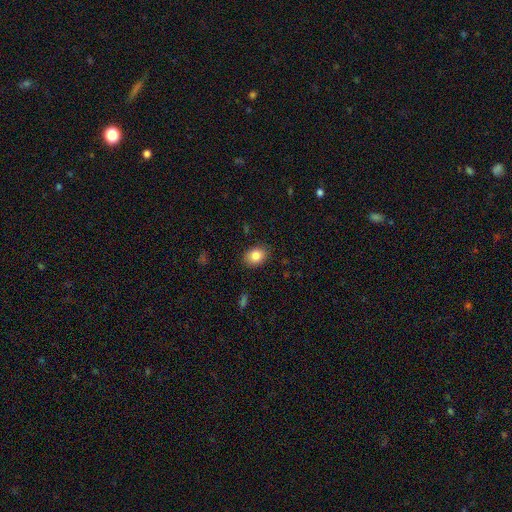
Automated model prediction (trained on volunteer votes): A smooth galaxy with no disk features (85%) that is in between round and cigar-shaped (68%). Merging: none (87%).